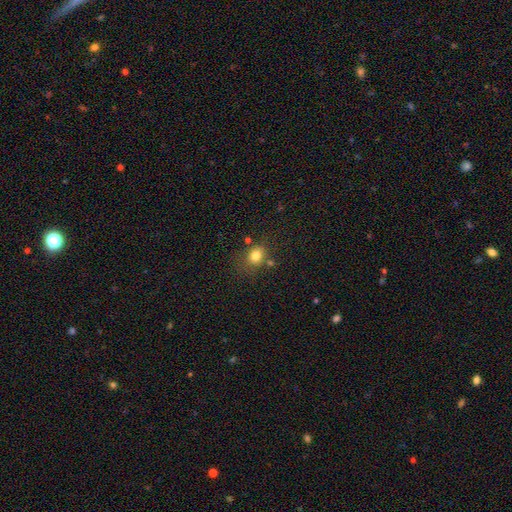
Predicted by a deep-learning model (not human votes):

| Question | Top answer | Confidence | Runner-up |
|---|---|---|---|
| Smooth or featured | smooth | 79% | star or artifact (13%) |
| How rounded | round | 61% | in between (38%) |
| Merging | none | 65% | minor disturbance (18%) |